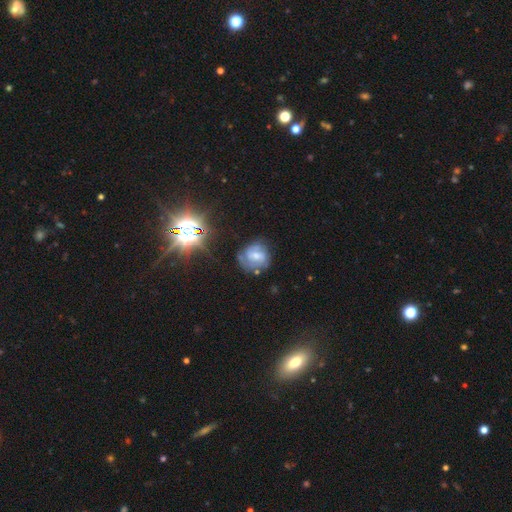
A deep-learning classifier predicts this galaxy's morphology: Smooth or featured? featured or disk (55%)
Edge-on disk? no (96%)
Bar? weak (47%)
Spiral arms? yes (80%)
Bulge size? small (46%)
Merging? none (69%)